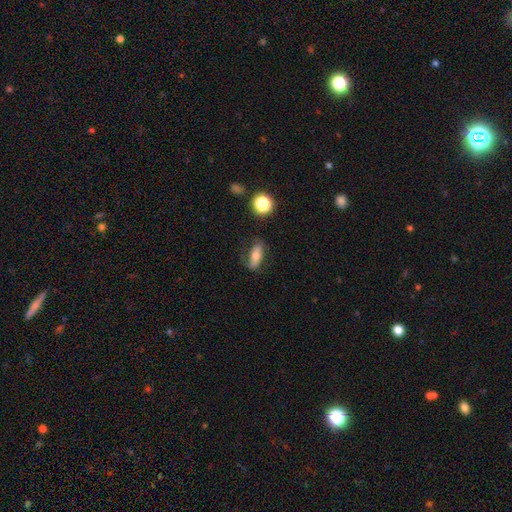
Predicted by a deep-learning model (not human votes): This appears to be a smooth galaxy with no disk features (59%) that is in between round and cigar-shaped (68%). Merging: none (67%).